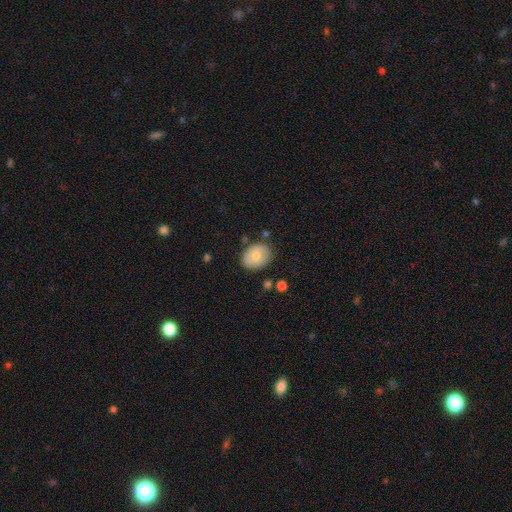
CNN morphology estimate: This appears to be a smooth galaxy with no disk features (73%) that is in between round and cigar-shaped (58%). Merging: none (77%).